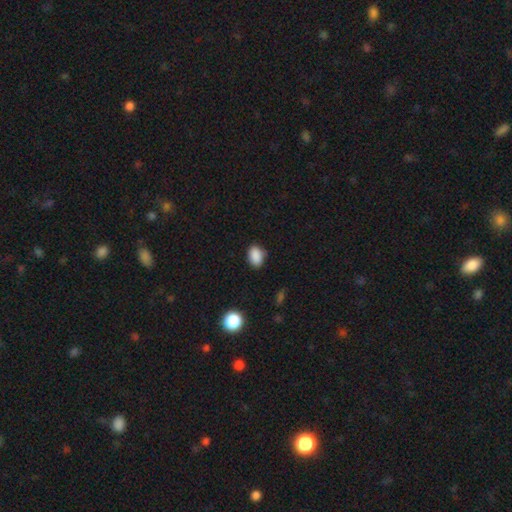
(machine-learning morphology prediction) This appears to be a smooth galaxy with no disk features (88%) that is in between round and cigar-shaped (80%). Merging: none (83%).